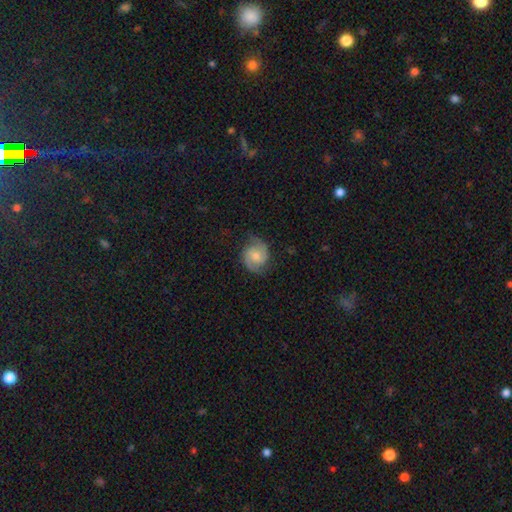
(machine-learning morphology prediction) A featured or disk galaxy (70%) with no bar (61%), 2 (89%) medium (48%) spiral arms (95%) and a moderate central bulge (48%).

Vote fractions:
- Smooth or featured? featured or disk: 70% / smooth: 23% / star or artifact: 7%
- Edge-on disk? no: 98% / yes: 2%
- Bar? no: 61% / weak: 33% / strong: 6%
- Spiral arms? yes: 95% / no: 5%
- Spiral winding? medium: 48% / tight: 32% / loose: 20%
- Spiral arm count? 2: 89% / can't tell: 5% / 1: 2% / 3: 2% / 4: 1% / more than 4: 1%
- Bulge size? moderate: 48% / small: 39% / none: 6% / large: 5% / dominant: 1%
- Merging? none: 74% / minor disturbance: 18% / major disturbance: 6% / merger: 1%